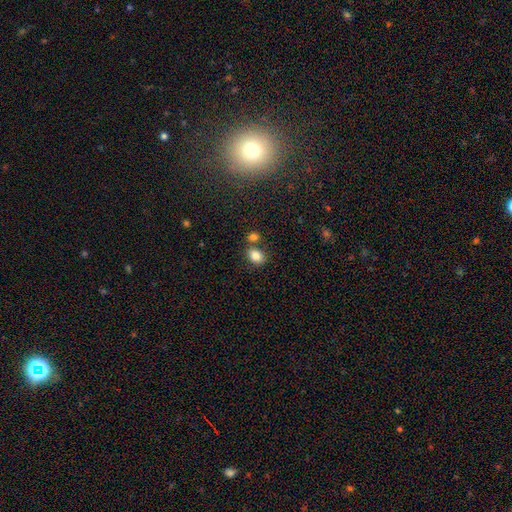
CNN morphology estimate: Q: Smooth or featured?
A: smooth (83%); runner-up: star or artifact (10%)
Q: How rounded?
A: in between (60%); runner-up: round (39%)
Q: Merging?
A: none (63%); runner-up: merger (23%)